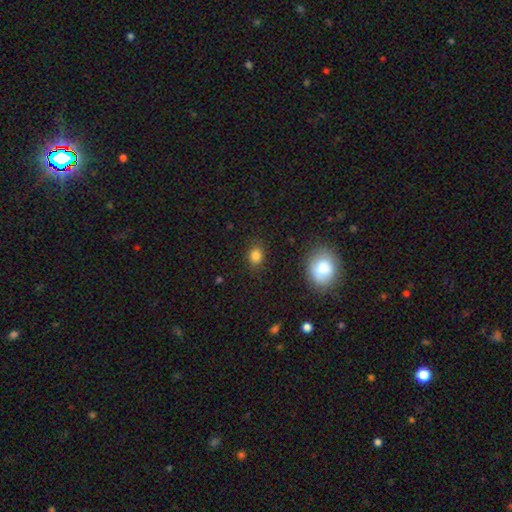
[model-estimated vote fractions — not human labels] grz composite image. It shows a smooth galaxy with no disk features (83%) that is round (50%). Merging: none (83%).